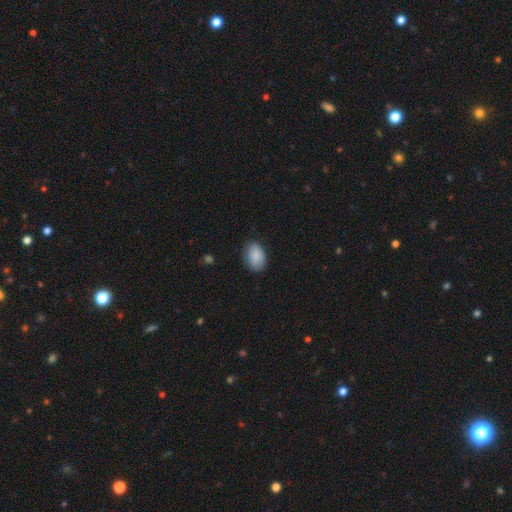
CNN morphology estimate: Smooth or featured? Predicted: smooth (p=0.87). How rounded? Predicted: in between (p=0.87). Merging? Predicted: none (p=0.81).